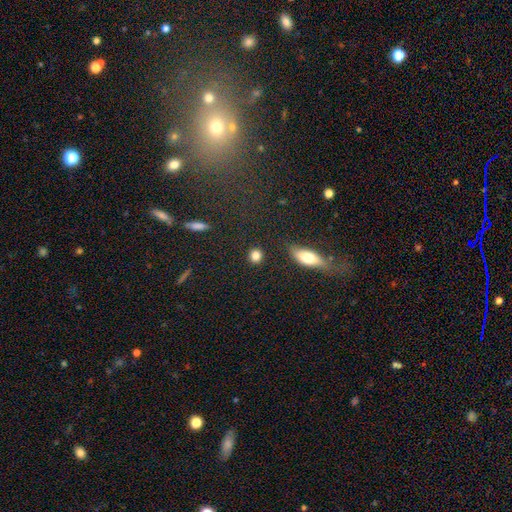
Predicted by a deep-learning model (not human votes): This appears to be a smooth galaxy with no disk features (85%) that is round (78%). Merging: none (88%).